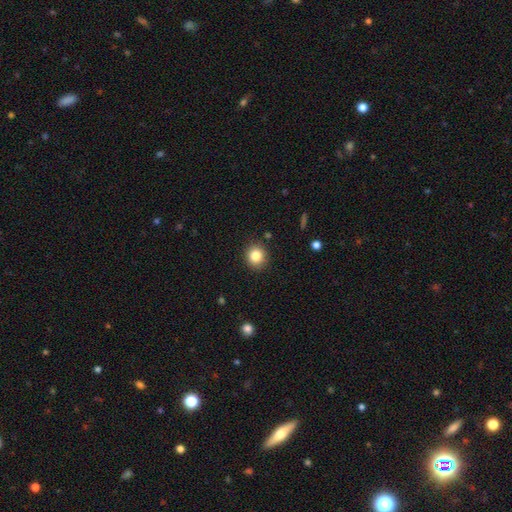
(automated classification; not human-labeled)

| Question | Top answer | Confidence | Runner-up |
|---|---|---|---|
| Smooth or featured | smooth | 84% | star or artifact (10%) |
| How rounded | round | 83% | in between (16%) |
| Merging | none | 88% | minor disturbance (8%) |